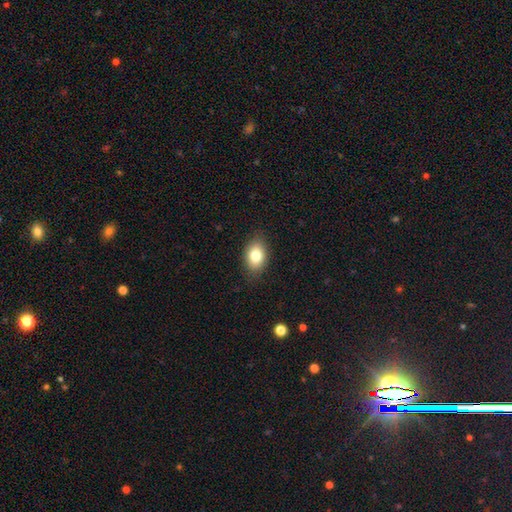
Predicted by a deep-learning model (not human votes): smooth-or-featured: smooth: 81% | featured or disk: 11% | star or artifact: 9%
  how-rounded: in between: 83% | round: 16% | cigar-shaped: 1%
  merging: none: 85% | minor disturbance: 11% | major disturbance: 2% | merger: 1%